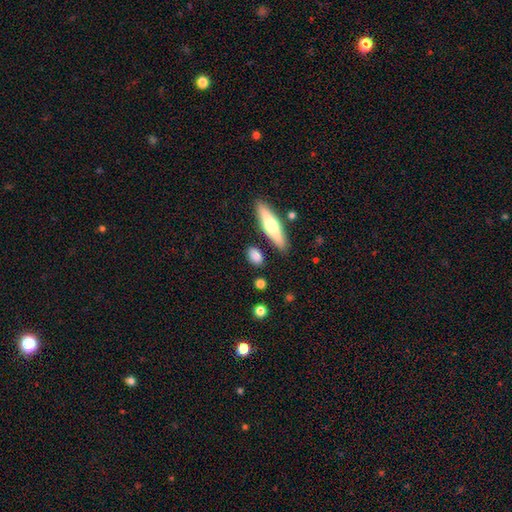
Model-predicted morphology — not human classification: Smooth or featured?
  - smooth: 78% *
  - featured or disk: 15%
  - star or artifact: 7%
How rounded?
  - in between: 60% *
  - cigar-shaped: 21%
  - round: 20%
Merging?
  - none: 80% *
  - minor disturbance: 12%
  - merger: 5%
  - major disturbance: 3%